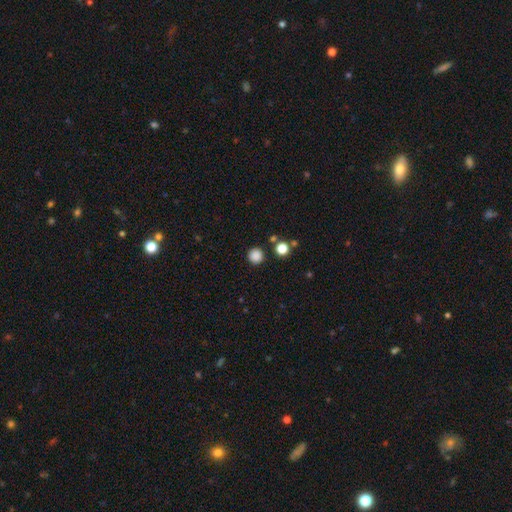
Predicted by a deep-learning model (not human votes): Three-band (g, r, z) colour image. It shows a smooth galaxy with no disk features (85%) that is round (95%). Merging: none (88%).